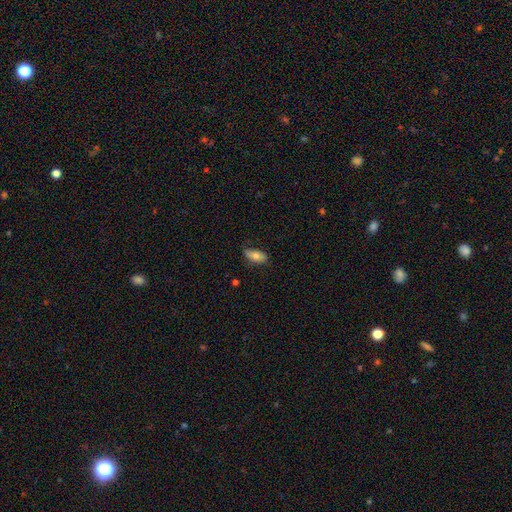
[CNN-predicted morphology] This appears to be a smooth galaxy with no disk features (72%) that is in between round and cigar-shaped (87%). Merging: none (66%).